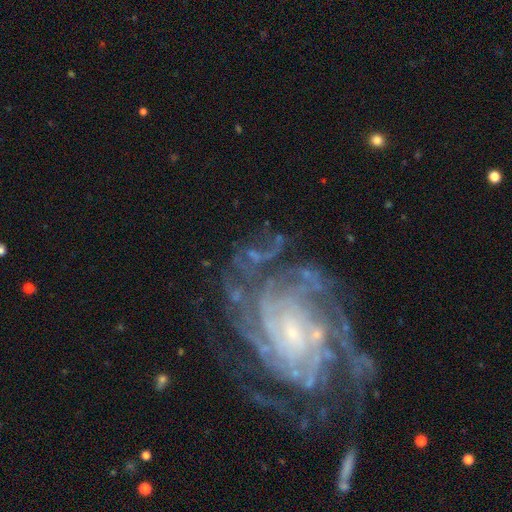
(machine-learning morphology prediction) Q: Smooth or featured?
A: featured or disk (85%); runner-up: star or artifact (9%)
Q: Edge-on disk?
A: no (97%); runner-up: yes (3%)
Q: Bar?
A: no (56%); runner-up: weak (32%)
Q: Spiral arms?
A: yes (96%); runner-up: no (4%)
Q: Spiral winding?
A: tight (65%); runner-up: medium (27%)
Q: Spiral arm count?
A: can't tell (26%); runner-up: 4 (22%)
Q: Bulge size?
A: small (78%); runner-up: moderate (13%)
Q: Merging?
A: none (59%); runner-up: minor disturbance (18%)